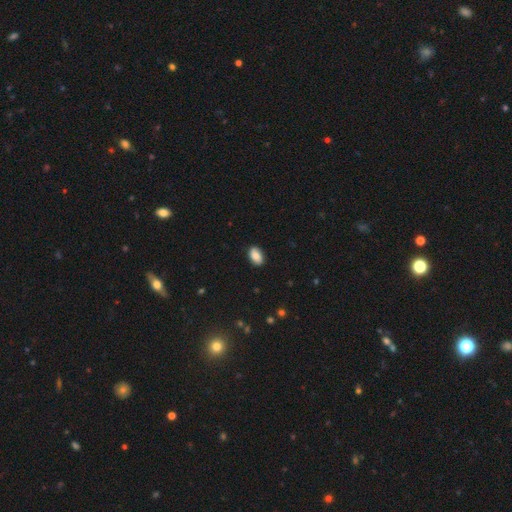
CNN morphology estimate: A smooth galaxy with no disk features (83%) that is in between round and cigar-shaped (91%).

Vote fractions:
- Smooth or featured? smooth: 83% / featured or disk: 10% / star or artifact: 7%
- How rounded? in between: 91% / round: 7% / cigar-shaped: 2%
- Merging? none: 87% / minor disturbance: 10% / major disturbance: 2% / merger: 1%